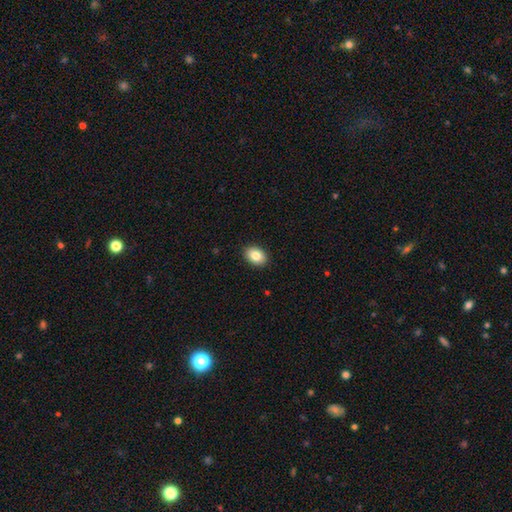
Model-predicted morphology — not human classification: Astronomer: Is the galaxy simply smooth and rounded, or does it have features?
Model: smooth — 84%.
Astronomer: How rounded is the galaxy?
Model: in between — 78%.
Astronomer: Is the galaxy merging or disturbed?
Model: none — 90%.